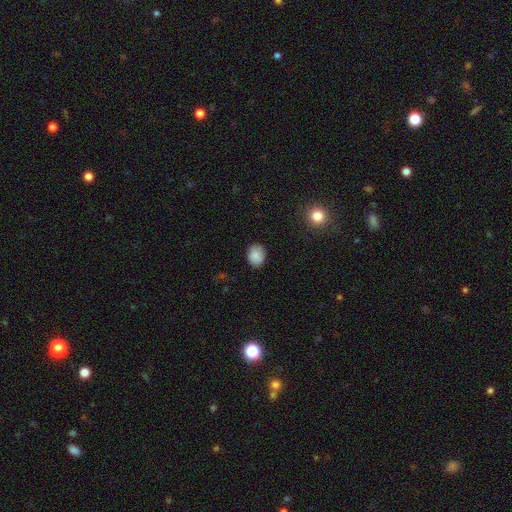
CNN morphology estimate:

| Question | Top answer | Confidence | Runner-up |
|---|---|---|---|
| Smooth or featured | smooth | 87% | star or artifact (8%) |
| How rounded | round | 52% | in between (47%) |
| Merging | none | 85% | minor disturbance (11%) |